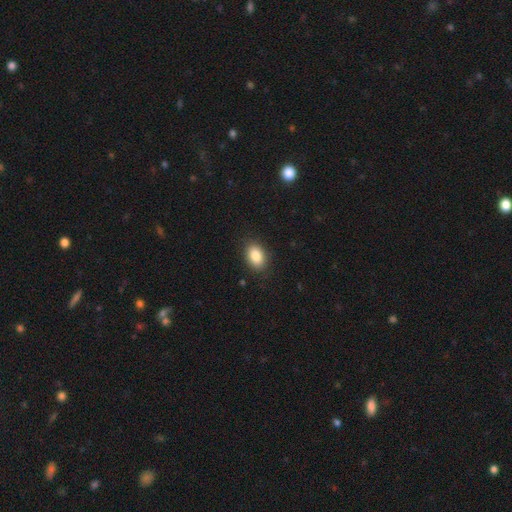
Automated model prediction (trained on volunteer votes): Q: Smooth or featured?
A: smooth (86%); runner-up: star or artifact (8%)
Q: How rounded?
A: in between (85%); runner-up: round (14%)
Q: Merging?
A: none (87%); runner-up: minor disturbance (9%)